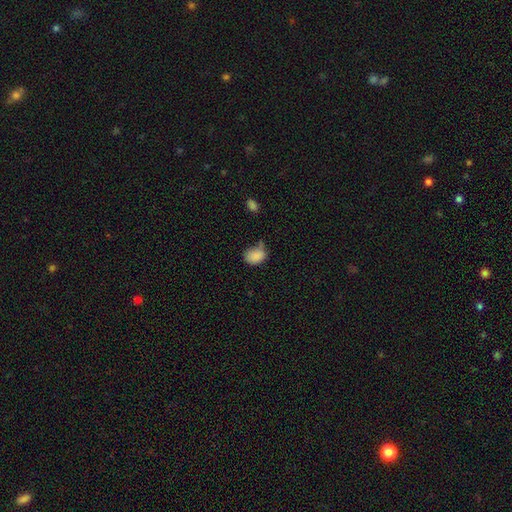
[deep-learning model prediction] Smooth or featured: smooth — 85% (star or artifact — 9%)
How rounded: in between — 72% (round — 27%)
Merging: none — 46% (minor disturbance — 33%)